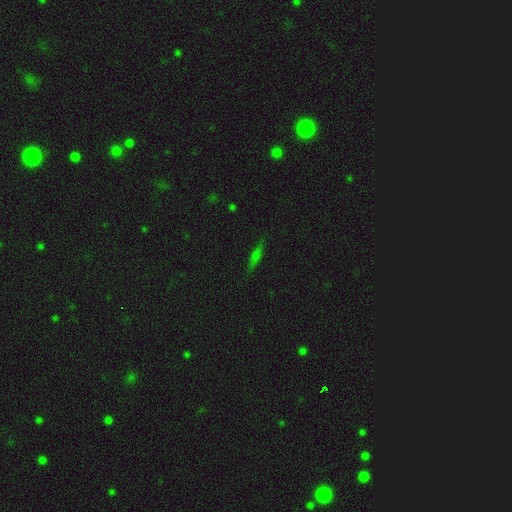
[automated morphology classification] Smooth or featured: smooth — 44% (featured or disk — 37%)
Merging: none — 86% (minor disturbance — 10%)